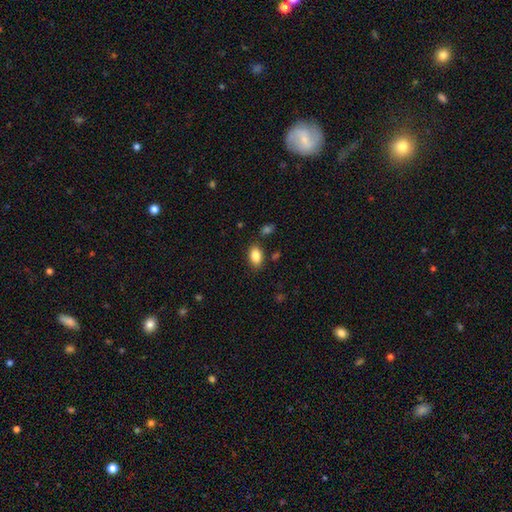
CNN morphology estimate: Q: Smooth or featured?
A: smooth (87%); runner-up: star or artifact (8%)
Q: How rounded?
A: in between (88%); runner-up: round (10%)
Q: Merging?
A: none (83%); runner-up: minor disturbance (11%)